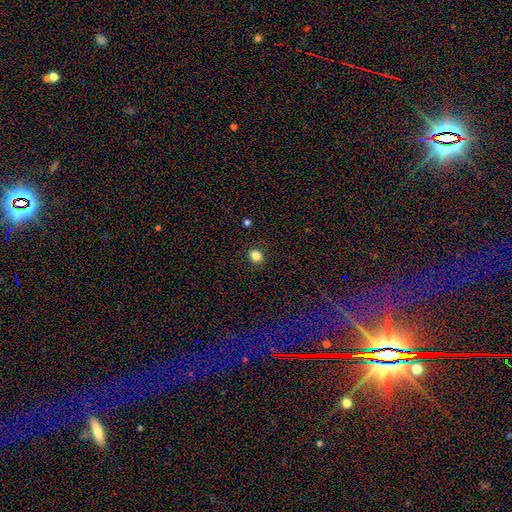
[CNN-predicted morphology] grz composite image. It shows a smooth galaxy with no disk features (84%) that is round (67%). Merging: none (89%).